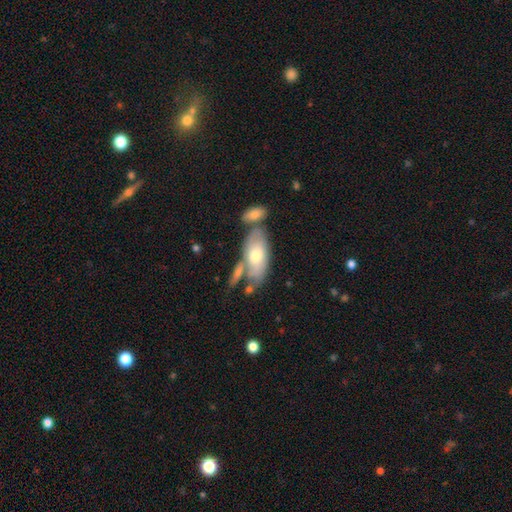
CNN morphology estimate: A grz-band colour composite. It shows a smooth galaxy with no disk features (59%) that is in between round and cigar-shaped (88%). Merging: none (50%).